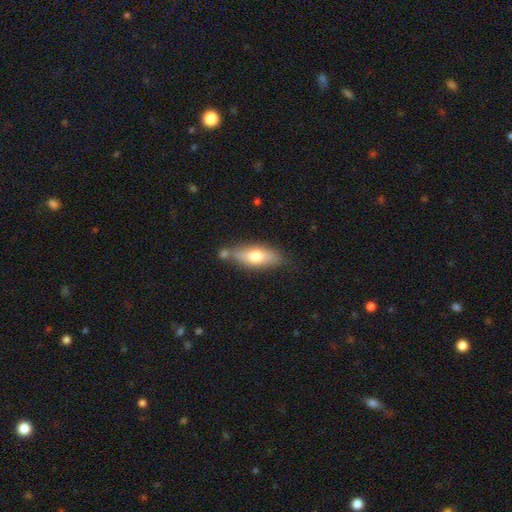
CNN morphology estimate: Smooth or featured?
  - smooth: 64% *
  - featured or disk: 29%
  - star or artifact: 6%
How rounded?
  - in between: 67% *
  - cigar-shaped: 30%
  - round: 3%
Merging?
  - none: 60% *
  - minor disturbance: 18%
  - merger: 17%
  - major disturbance: 5%